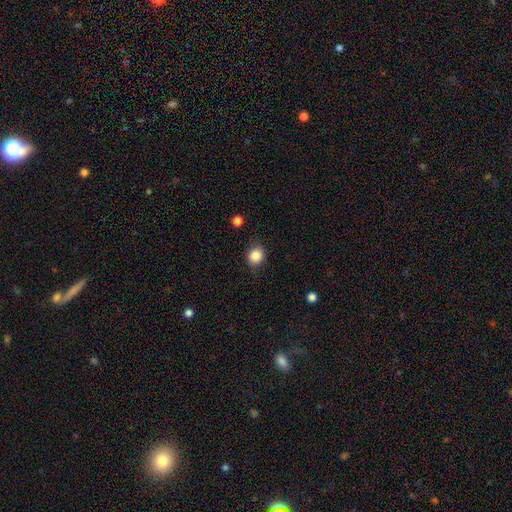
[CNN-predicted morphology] Smooth or featured?
  - smooth: 86% *
  - star or artifact: 10%
  - featured or disk: 5%
How rounded?
  - round: 73% *
  - in between: 26%
  - cigar-shaped: 1%
Merging?
  - none: 82% *
  - minor disturbance: 13%
  - major disturbance: 3%
  - merger: 2%